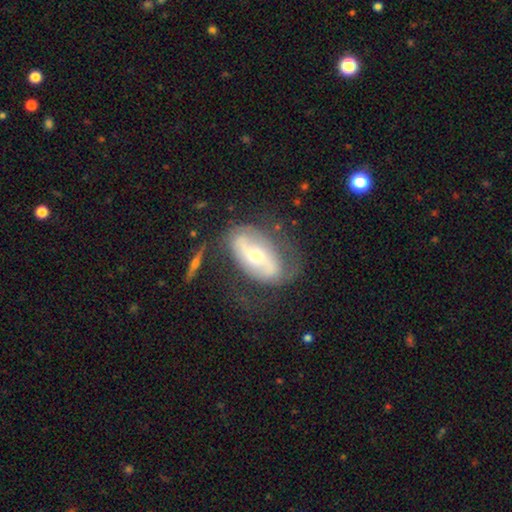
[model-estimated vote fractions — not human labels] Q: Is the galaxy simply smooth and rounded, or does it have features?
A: featured or disk — 68%.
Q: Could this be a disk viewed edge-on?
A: no — 91%.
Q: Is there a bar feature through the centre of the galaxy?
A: strong — 37%.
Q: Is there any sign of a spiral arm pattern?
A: yes — 66%.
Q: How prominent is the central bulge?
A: moderate — 50%.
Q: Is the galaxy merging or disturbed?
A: none — 53%.